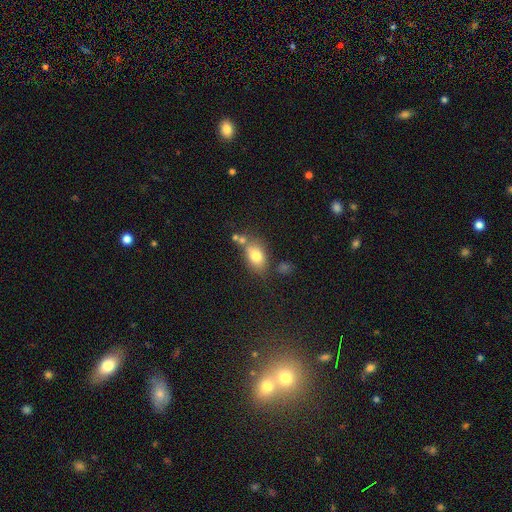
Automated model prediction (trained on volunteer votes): Smooth or featured?
  - smooth: 77% *
  - featured or disk: 14%
  - star or artifact: 9%
How rounded?
  - in between: 79% *
  - round: 19%
  - cigar-shaped: 2%
Merging?
  - none: 55% *
  - merger: 19%
  - minor disturbance: 19%
  - major disturbance: 7%